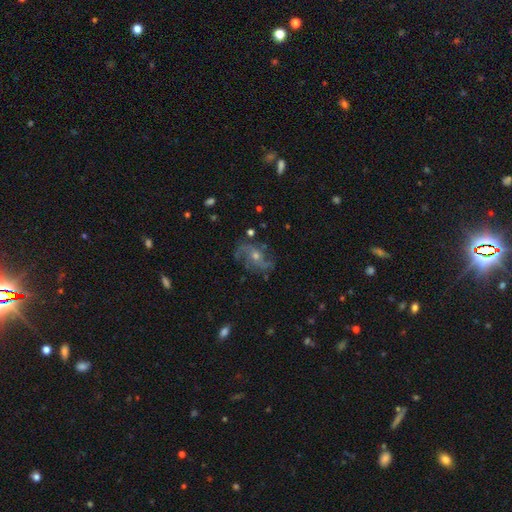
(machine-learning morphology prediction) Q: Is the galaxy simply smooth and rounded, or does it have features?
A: featured or disk — 76%.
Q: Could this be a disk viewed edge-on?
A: no — 95%.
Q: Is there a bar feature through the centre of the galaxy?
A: no — 66%.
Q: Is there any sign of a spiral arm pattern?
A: yes — 92%.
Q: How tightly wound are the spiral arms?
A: medium — 44%.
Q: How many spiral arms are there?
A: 2 — 48%.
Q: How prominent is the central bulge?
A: moderate — 48%.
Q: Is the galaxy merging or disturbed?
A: none — 73%.